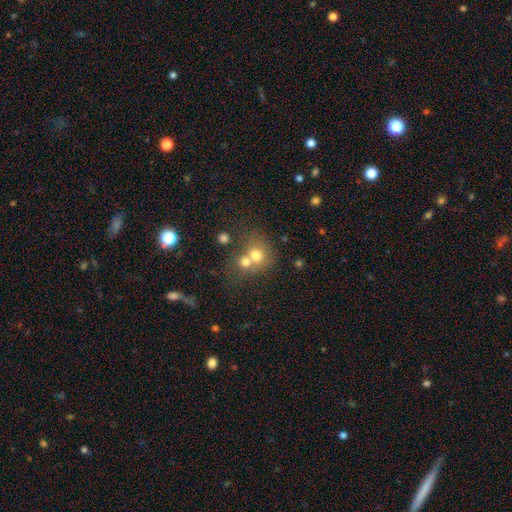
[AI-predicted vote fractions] smooth 70%, featured or disk 17%, star or artifact 13%. Down the decision tree: how rounded — round (76%); merging — merger (57%).